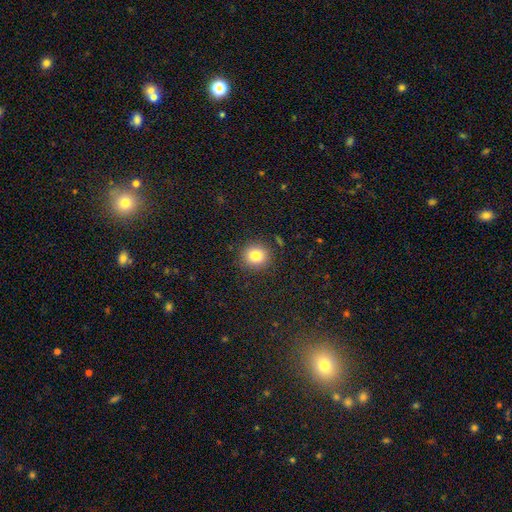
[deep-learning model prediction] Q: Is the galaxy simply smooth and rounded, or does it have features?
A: smooth — 81%.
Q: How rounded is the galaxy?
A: round — 90%.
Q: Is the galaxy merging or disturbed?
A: none — 89%.